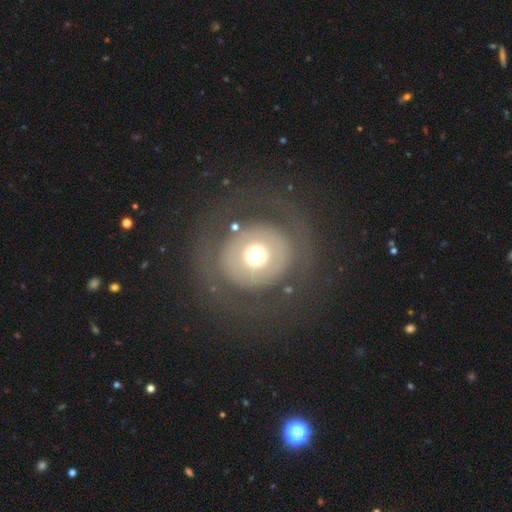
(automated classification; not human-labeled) The model was most divided on "smooth or featured": smooth: 50%, featured or disk: 38%, star or artifact: 12%. More confident: merging — none (70%).